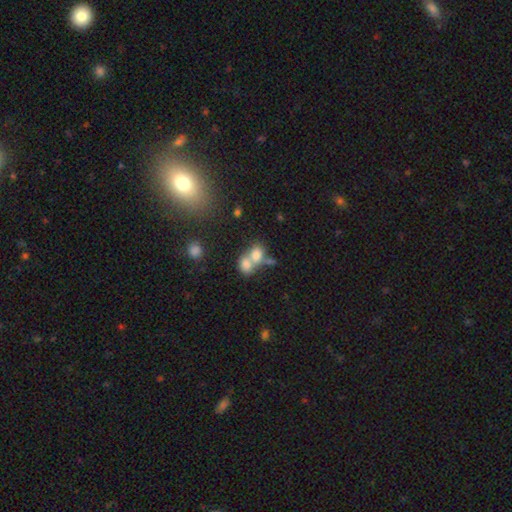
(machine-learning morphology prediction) The model was most divided on "how rounded": in between: 55%, round: 43%, cigar-shaped: 2%. More confident: smooth or featured — smooth (74%); merging — merger (68%).